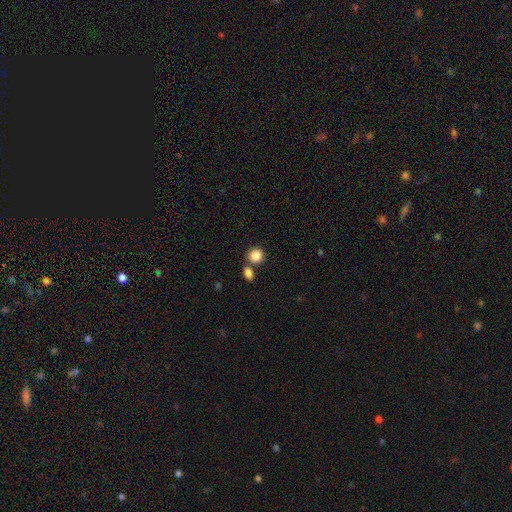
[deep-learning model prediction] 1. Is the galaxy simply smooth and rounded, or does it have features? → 86% smooth, 9% star or artifact, 5% featured or disk.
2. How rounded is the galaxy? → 84% round, 15% in between, 1% cigar-shaped.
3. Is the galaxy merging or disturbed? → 64% none, 24% merger, 9% minor disturbance, 3% major disturbance.